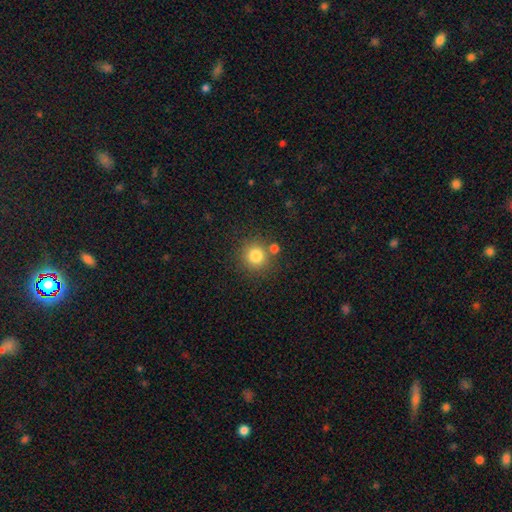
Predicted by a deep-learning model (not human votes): Morphology: type=smooth (81%); roundness=round (92%); merging=none (76%).